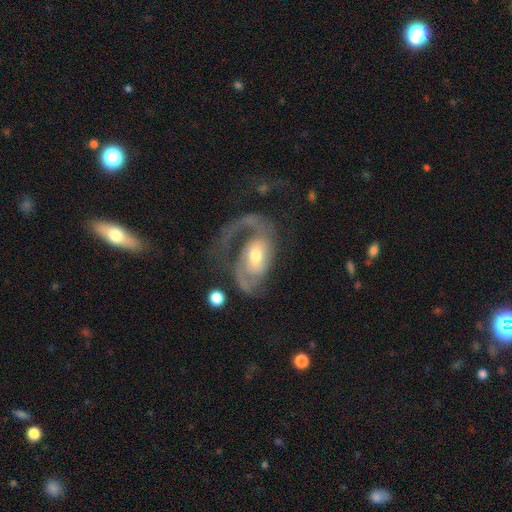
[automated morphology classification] Smooth or featured? featured or disk (83%)
Edge-on disk? no (96%)
Bar? no (51%)
Spiral arms? yes (91%)
Spiral winding? medium (44%)
Spiral arm count? 1 (47%)
Bulge size? moderate (62%)
Merging? major disturbance (42%)